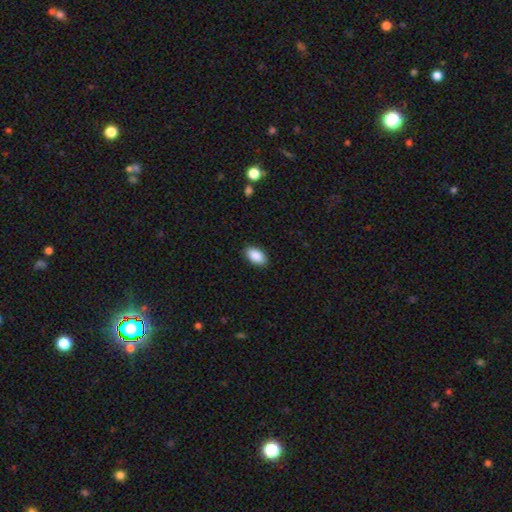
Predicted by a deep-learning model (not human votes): The model was most divided on "merging": none: 89%, minor disturbance: 8%, major disturbance: 2%, merger: 1%. More confident: how rounded — in between (94%); smooth or featured — smooth (89%).